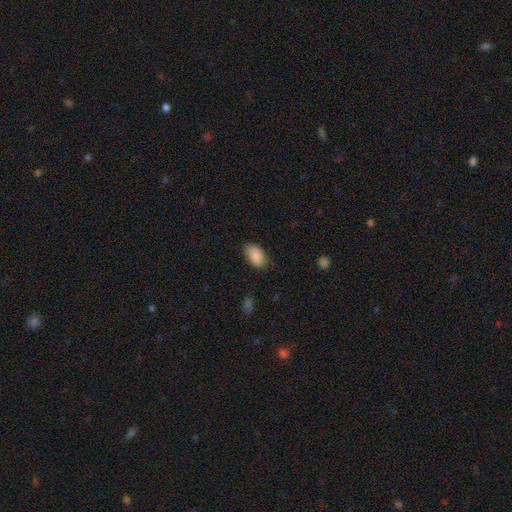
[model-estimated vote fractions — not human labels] The model was most divided on "merging": none: 82%, minor disturbance: 14%, major disturbance: 3%, merger: 1%. More confident: how rounded — in between (92%); smooth or featured — smooth (89%).